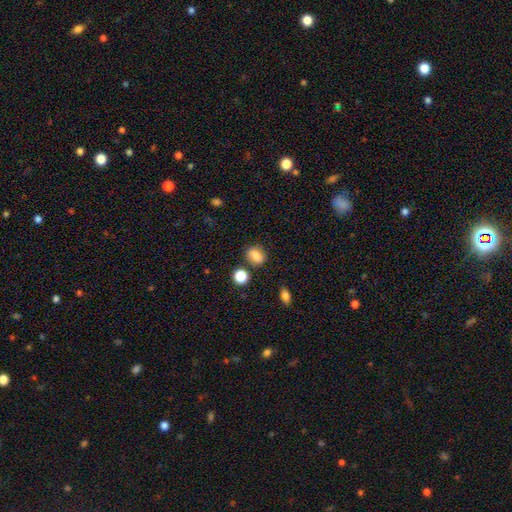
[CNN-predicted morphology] This is likely a smooth galaxy (80%). How rounded: likely in between (63%). Merging: likely none (74%).